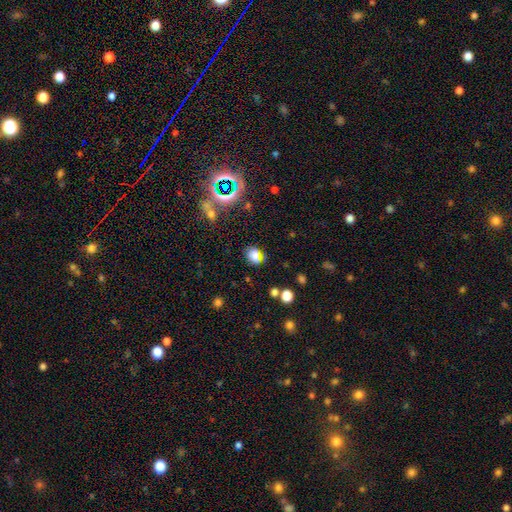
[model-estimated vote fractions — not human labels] Q: Smooth or featured?
A: smooth (72%); runner-up: star or artifact (20%)
Q: How rounded?
A: in between (54%); runner-up: round (45%)
Q: Merging?
A: none (71%); runner-up: minor disturbance (17%)